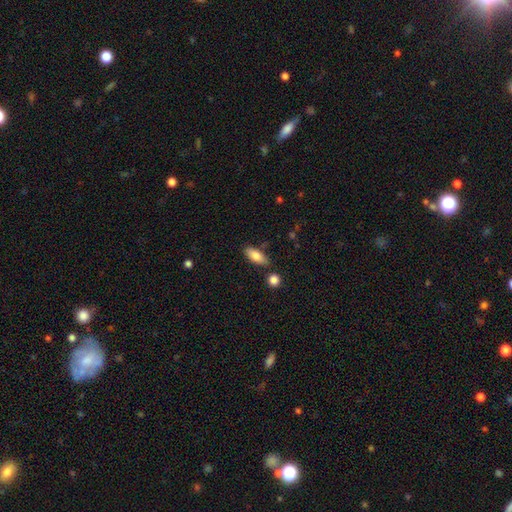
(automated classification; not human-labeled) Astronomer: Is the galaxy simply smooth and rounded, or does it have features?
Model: smooth — 82%.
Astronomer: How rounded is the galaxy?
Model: in between — 80%.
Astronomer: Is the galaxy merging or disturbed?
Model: none — 79%.